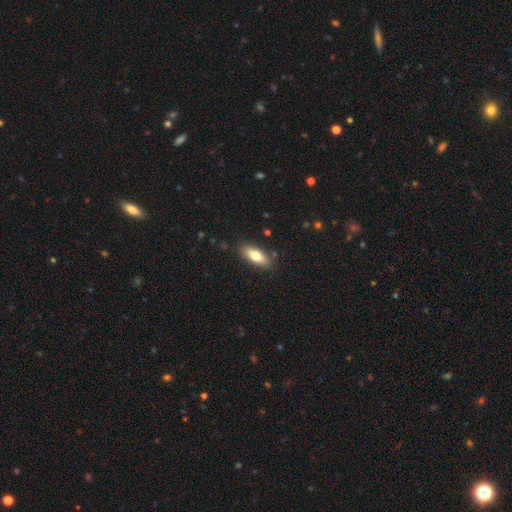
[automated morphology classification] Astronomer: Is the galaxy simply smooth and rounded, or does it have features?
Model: smooth — 74%.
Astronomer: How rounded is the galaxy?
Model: in between — 75%.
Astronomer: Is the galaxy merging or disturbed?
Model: none — 86%.